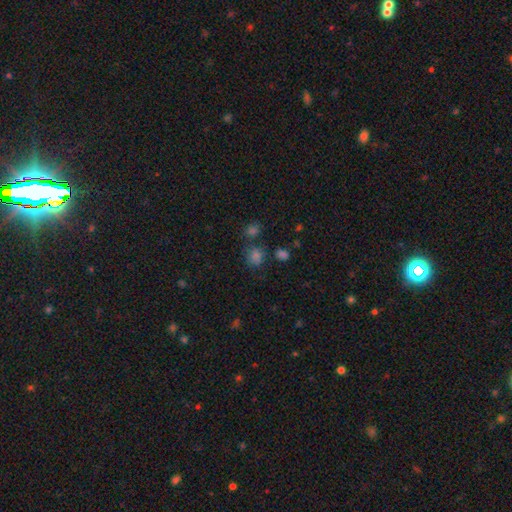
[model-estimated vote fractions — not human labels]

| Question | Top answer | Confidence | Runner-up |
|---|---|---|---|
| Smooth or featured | smooth | 64% | star or artifact (29%) |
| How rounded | round | 74% | in between (24%) |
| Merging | none | 67% | merger (16%) |